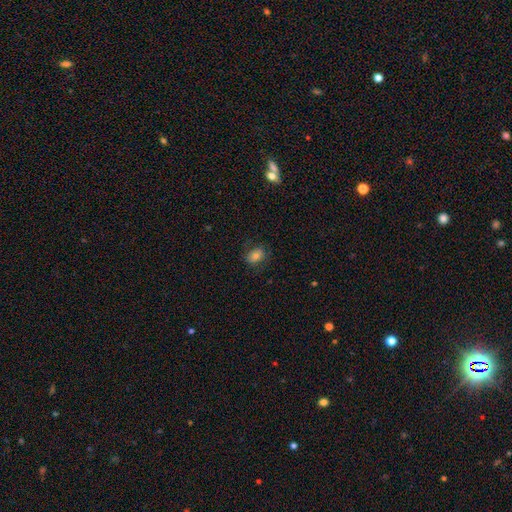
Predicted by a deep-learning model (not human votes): Smooth or featured? smooth (74%)
How rounded? in between (62%)
Merging? none (75%)